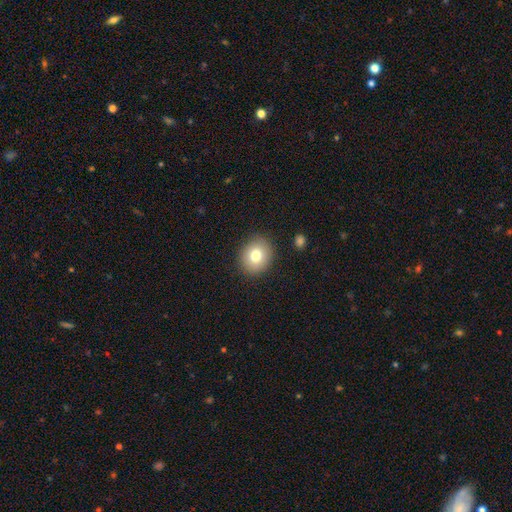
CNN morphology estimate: smooth_or_featured: smooth (p=0.77) [alt: featured or disk p=0.12]
how_rounded: round (p=0.65) [alt: in between p=0.34]
merging: none (p=0.88) [alt: minor disturbance p=0.08]